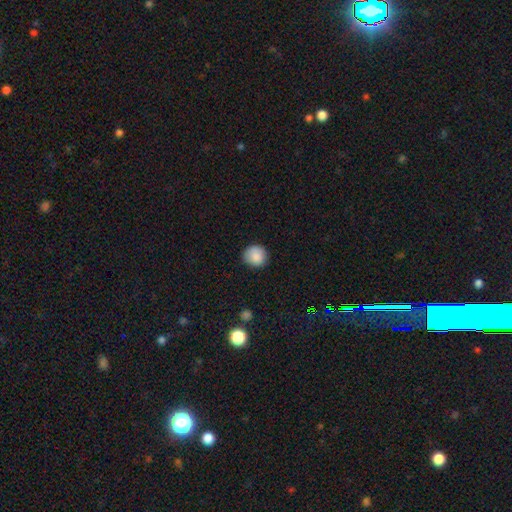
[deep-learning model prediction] Smooth or featured? smooth (88%)
How rounded? round (89%)
Merging? none (85%)